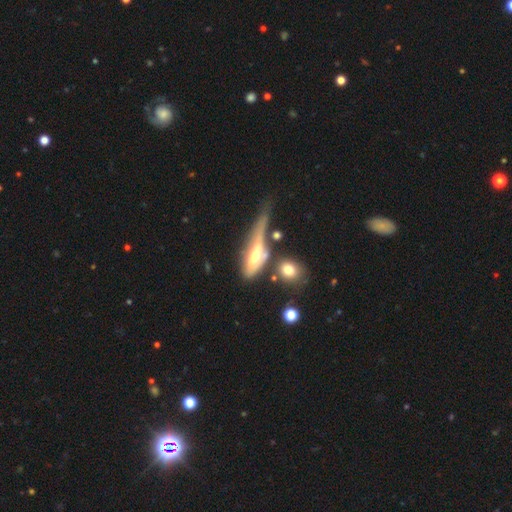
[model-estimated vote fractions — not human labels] The model was most divided on "smooth or featured": featured or disk: 46%, smooth: 45%, star or artifact: 9%. Remaining: merging — major disturbance (32%).